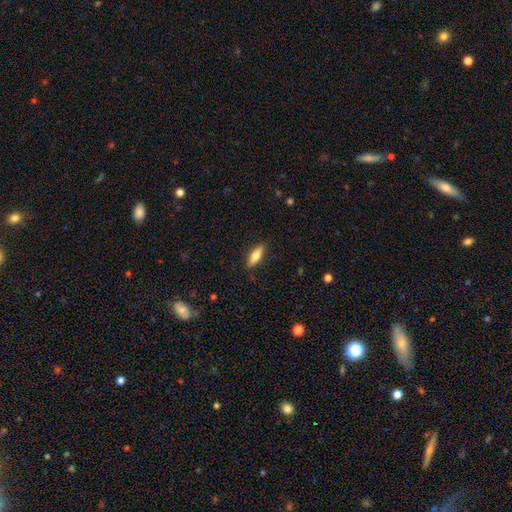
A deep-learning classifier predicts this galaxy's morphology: The model was most divided on "how rounded": cigar-shaped: 53%, in between: 45%, round: 2%. More confident: merging — none (86%); smooth or featured — smooth (64%).